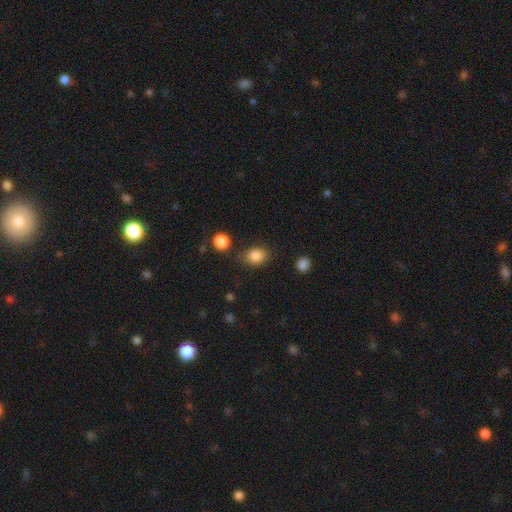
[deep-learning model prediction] Smooth or featured?
  - smooth: 85% *
  - star or artifact: 10%
  - featured or disk: 5%
How rounded?
  - in between: 61% *
  - round: 38%
  - cigar-shaped: 1%
Merging?
  - none: 75% *
  - minor disturbance: 15%
  - major disturbance: 5%
  - merger: 5%